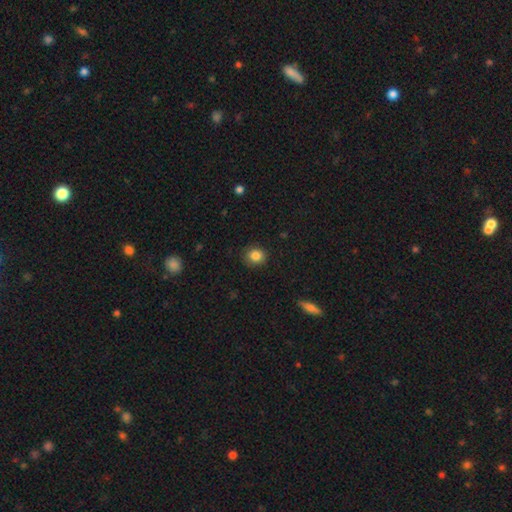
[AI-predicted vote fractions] smooth_or_featured: smooth (p=0.85) [alt: star or artifact p=0.10]
how_rounded: round (p=0.77) [alt: in between p=0.22]
merging: none (p=0.86) [alt: minor disturbance p=0.10]